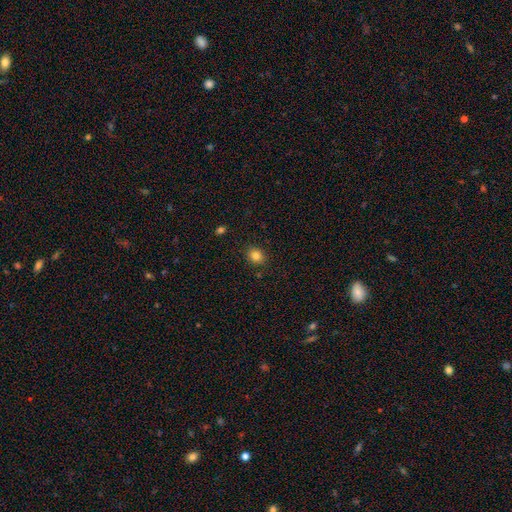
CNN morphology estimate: This appears to be a smooth galaxy with no disk features (83%) that is round (59%). Merging: none (88%).